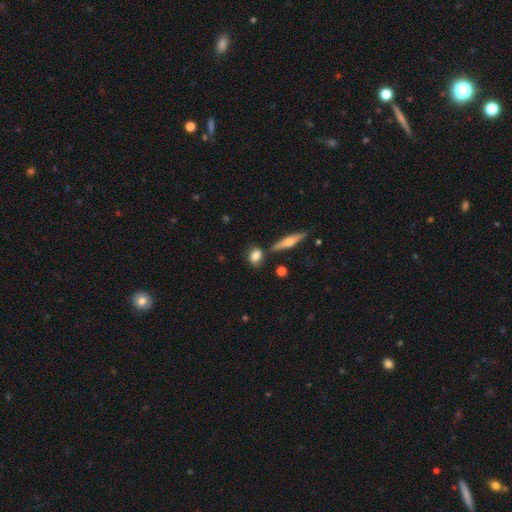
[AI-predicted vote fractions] A smooth galaxy with no disk features (76%) that is in between round and cigar-shaped (62%).

Vote fractions:
- Smooth or featured? smooth: 76% / featured or disk: 16% / star or artifact: 8%
- How rounded? in between: 62% / round: 29% / cigar-shaped: 9%
- Merging? none: 69% / minor disturbance: 17% / merger: 9% / major disturbance: 4%